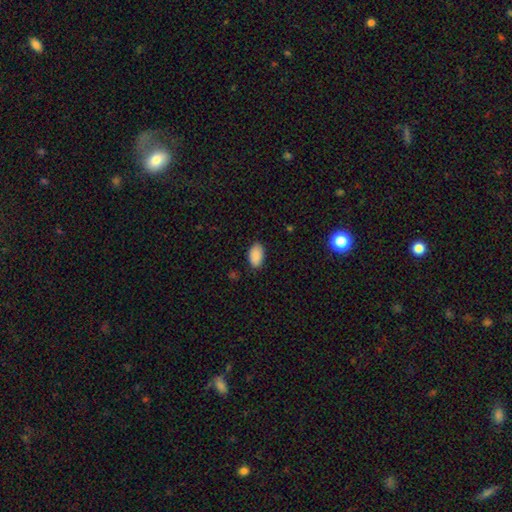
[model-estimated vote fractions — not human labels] Morphology: type=smooth (90%); roundness=in between (94%); merging=none (85%).